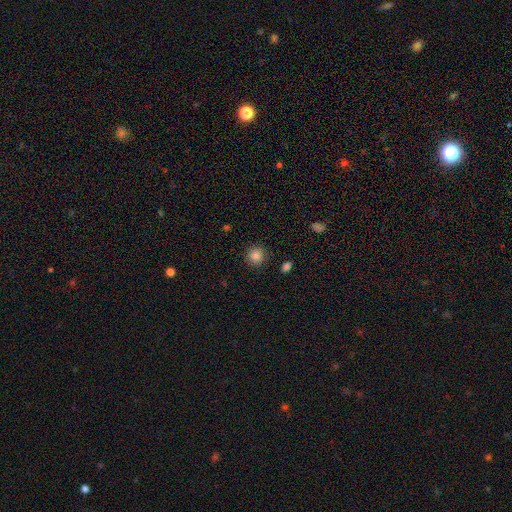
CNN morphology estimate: smooth-or-featured: smooth: 85% | star or artifact: 11% | featured or disk: 4%
  how-rounded: round: 92% | in between: 7% | cigar-shaped: 1%
  merging: none: 90% | minor disturbance: 6% | major disturbance: 2% | merger: 1%